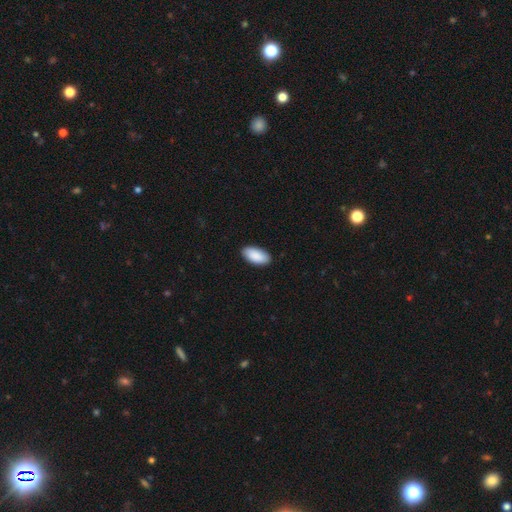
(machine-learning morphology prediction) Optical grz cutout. It shows a smooth galaxy with no disk features (91%) that is in between round and cigar-shaped (95%). Merging: none (89%).